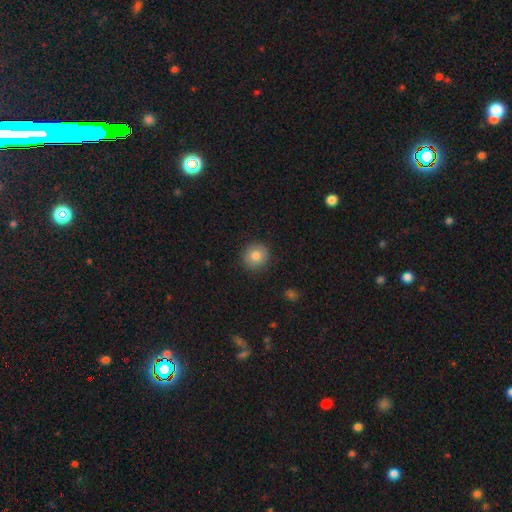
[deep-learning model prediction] smooth 82%, featured or disk 9%, star or artifact 9%. Down the decision tree: how rounded — round (93%); merging — none (90%).